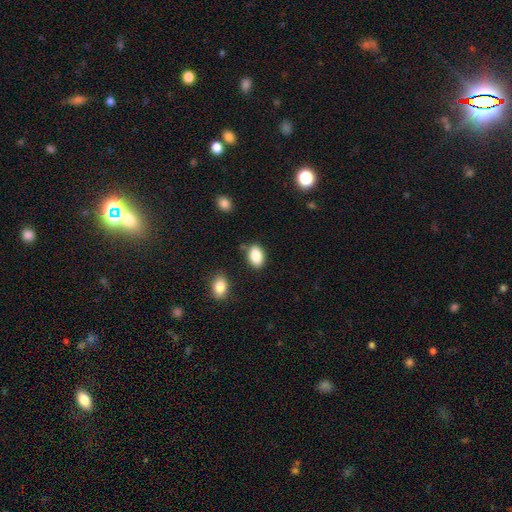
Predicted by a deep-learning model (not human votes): Morphology: type=smooth (88%); roundness=in between (88%); merging=none (80%).